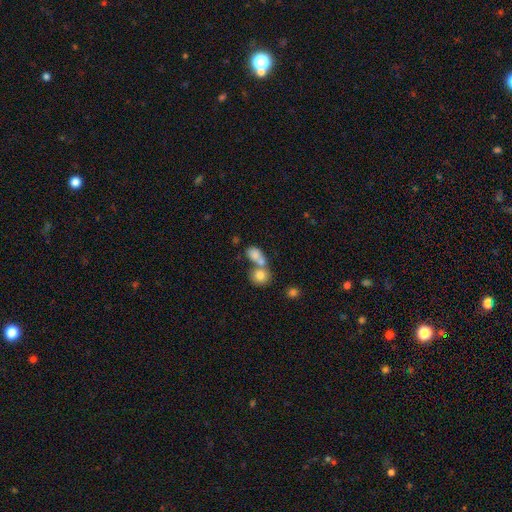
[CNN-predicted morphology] Smooth or featured? smooth (76%)
How rounded? in between (56%)
Merging? merger (62%)